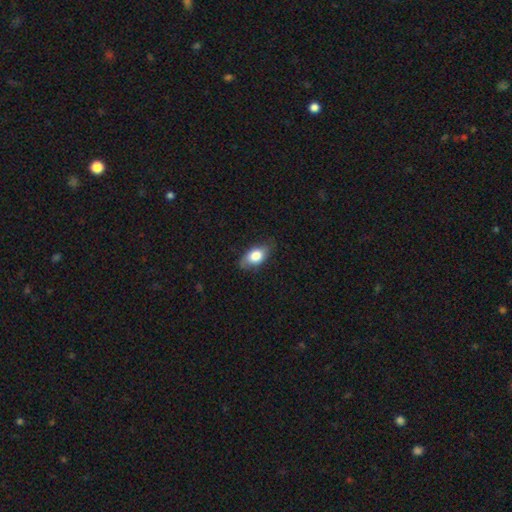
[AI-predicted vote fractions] Smooth or featured? Predicted: smooth (p=0.74). How rounded? Predicted: in between (p=0.87). Merging? Predicted: none (p=0.74).